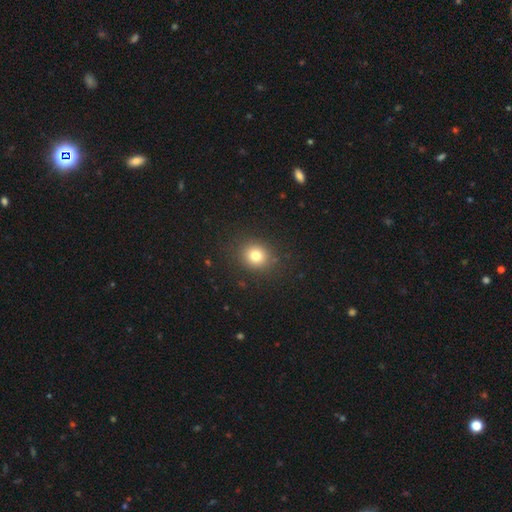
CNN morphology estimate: A smooth galaxy with no disk features (78%) that is round (79%).

Vote fractions:
- Smooth or featured? smooth: 78% / star or artifact: 14% / featured or disk: 8%
- How rounded? round: 79% / in between: 20% / cigar-shaped: 1%
- Merging? none: 88% / minor disturbance: 8% / major disturbance: 3% / merger: 1%